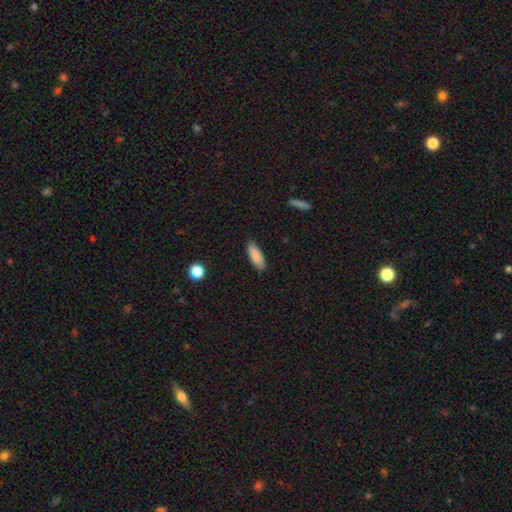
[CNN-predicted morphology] Overall: smooth (88%). How rounded: in between (69%). Merging: none (86%).